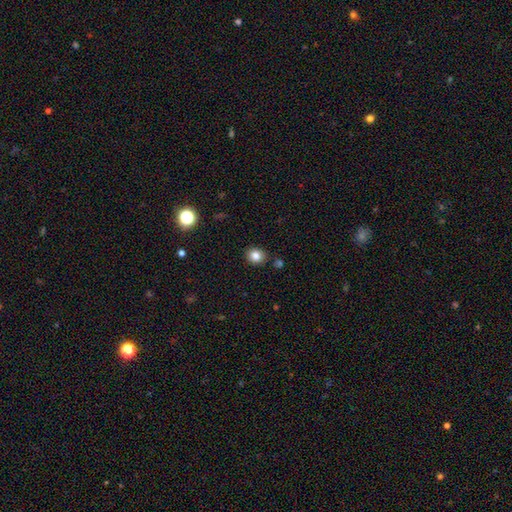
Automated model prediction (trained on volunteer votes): Q: Smooth or featured?
A: smooth (83%); runner-up: star or artifact (11%)
Q: How rounded?
A: round (73%); runner-up: in between (26%)
Q: Merging?
A: none (86%); runner-up: minor disturbance (8%)